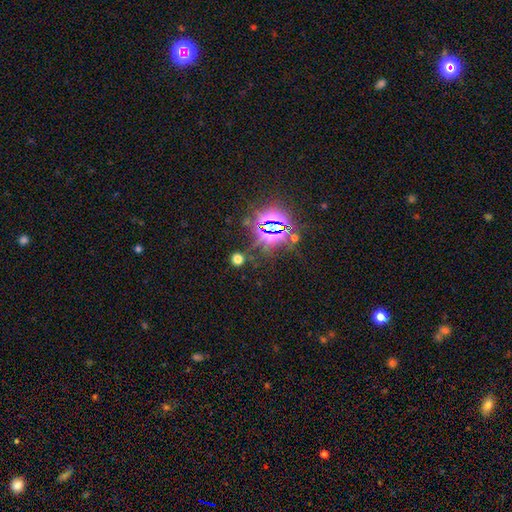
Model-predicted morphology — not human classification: Overall: star or artifact (83%).